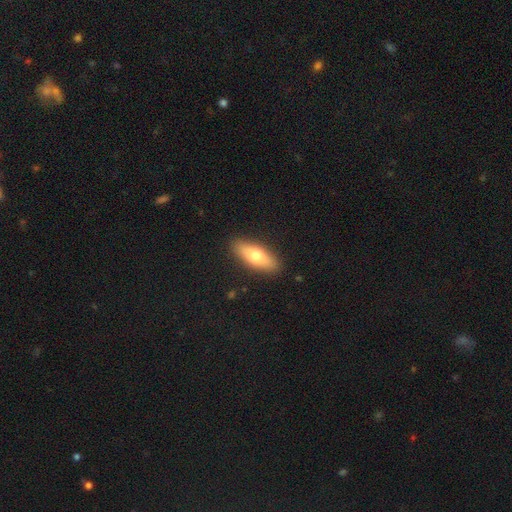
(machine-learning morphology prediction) This appears to be a smooth galaxy with no disk features (70%) that is in between round and cigar-shaped (63%). Merging: none (89%).